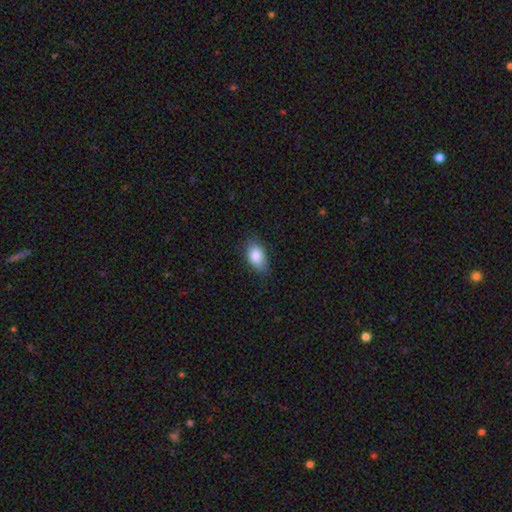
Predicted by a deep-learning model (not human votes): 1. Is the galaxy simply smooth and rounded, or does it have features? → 85% smooth, 7% featured or disk, 7% star or artifact.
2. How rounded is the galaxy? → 90% in between, 7% round, 3% cigar-shaped.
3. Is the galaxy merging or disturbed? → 75% none, 20% minor disturbance, 4% major disturbance, 1% merger.